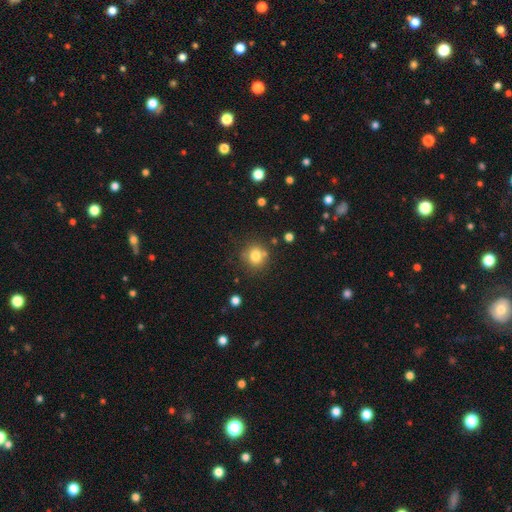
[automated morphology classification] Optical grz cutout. It shows a smooth galaxy with no disk features (79%) that is round (88%). Merging: none (75%).